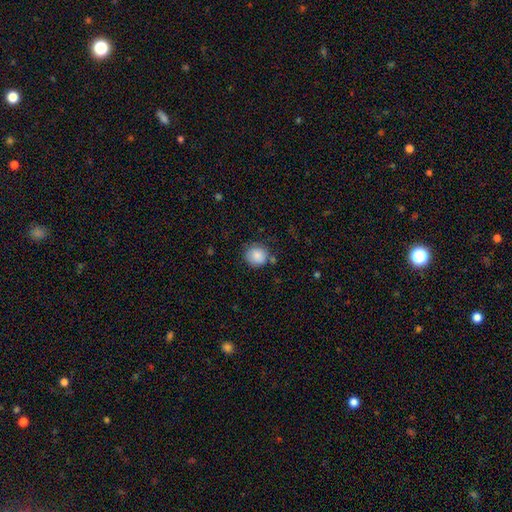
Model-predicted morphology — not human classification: Overall: smooth (87%). How rounded: round (86%). Merging: none (75%).